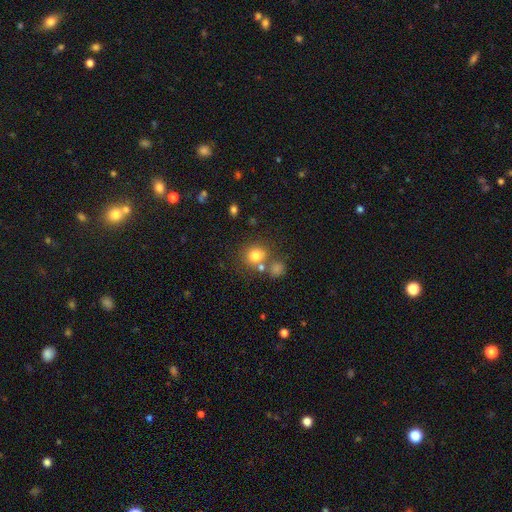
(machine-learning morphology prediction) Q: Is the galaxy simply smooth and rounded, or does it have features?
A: smooth — 78%.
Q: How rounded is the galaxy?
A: round — 83%.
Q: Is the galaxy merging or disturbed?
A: none — 65%.